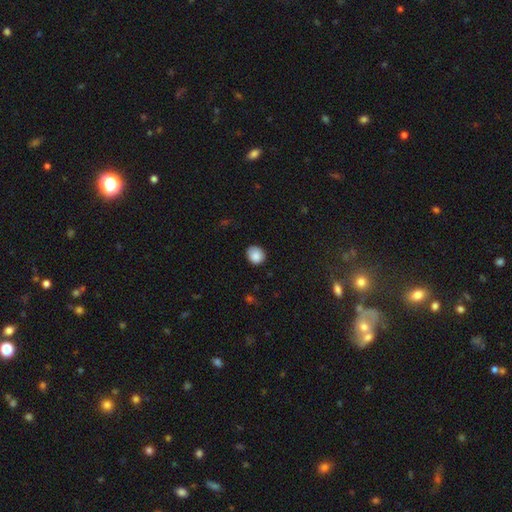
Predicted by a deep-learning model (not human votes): Q: Smooth or featured?
A: smooth (88%); runner-up: star or artifact (9%)
Q: How rounded?
A: round (75%); runner-up: in between (24%)
Q: Merging?
A: none (81%); runner-up: minor disturbance (15%)